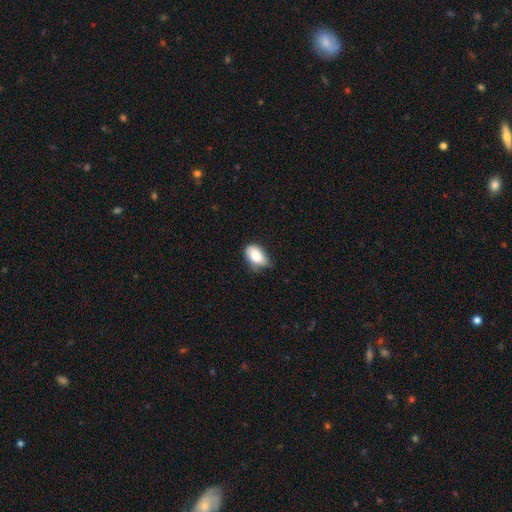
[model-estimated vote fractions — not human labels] smooth_or_featured: smooth (p=0.80) [alt: featured or disk p=0.12]
how_rounded: in between (p=0.89) [alt: round p=0.08]
merging: none (p=0.46) [alt: minor disturbance p=0.42]